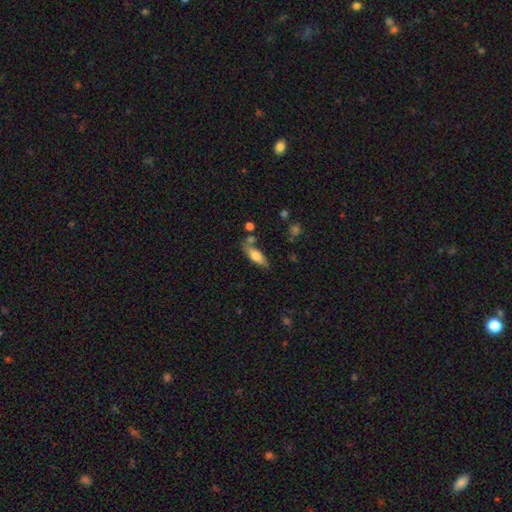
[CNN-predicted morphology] type=smooth (67%); roundness=in between (60%); merging=none (65%).